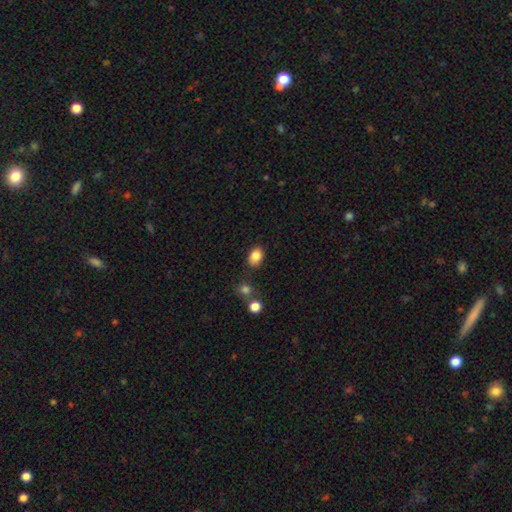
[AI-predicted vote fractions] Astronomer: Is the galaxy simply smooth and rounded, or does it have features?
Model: smooth — 85%.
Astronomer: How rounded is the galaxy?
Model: in between — 76%.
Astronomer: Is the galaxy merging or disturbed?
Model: none — 80%.